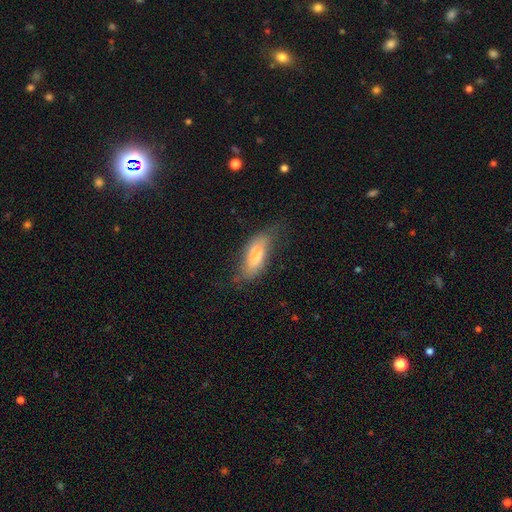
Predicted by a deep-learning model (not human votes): Smooth or featured?
  - smooth: 67% *
  - featured or disk: 25%
  - star or artifact: 7%
How rounded?
  - in between: 77% *
  - cigar-shaped: 21%
  - round: 3%
Merging?
  - none: 44% *
  - minor disturbance: 35%
  - major disturbance: 18%
  - merger: 3%